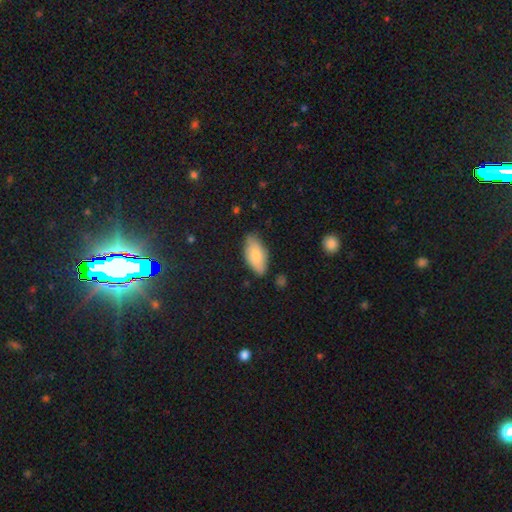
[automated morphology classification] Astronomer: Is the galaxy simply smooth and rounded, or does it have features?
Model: smooth — 79%.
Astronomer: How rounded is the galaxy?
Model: in between — 92%.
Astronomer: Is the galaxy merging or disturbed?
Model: none — 74%.